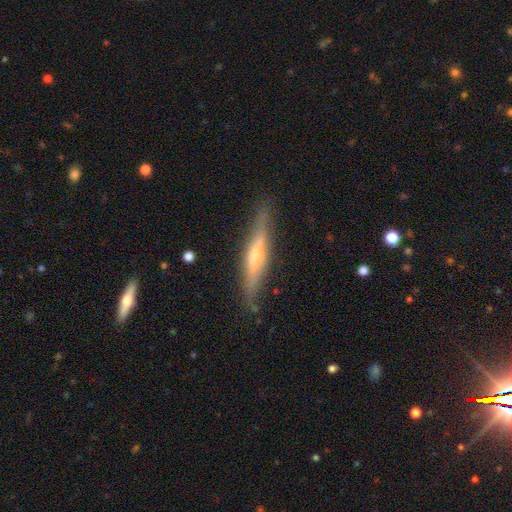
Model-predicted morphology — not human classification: A featured or disk galaxy (65%) viewed edge-on (94%) with a rounded central bulge (75%). Merging: none (85%).